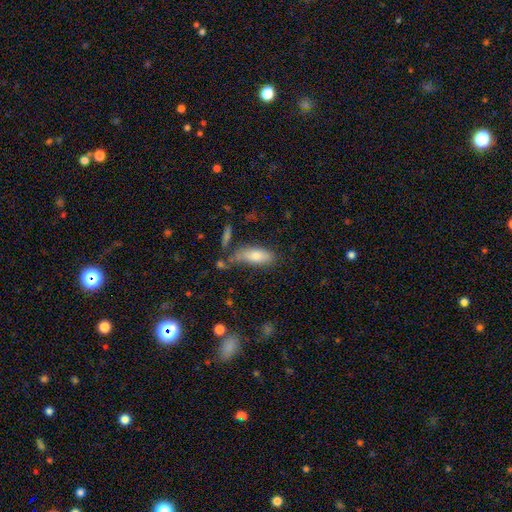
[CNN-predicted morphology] type=smooth (76%); roundness=in between (68%); merging=none (58%).